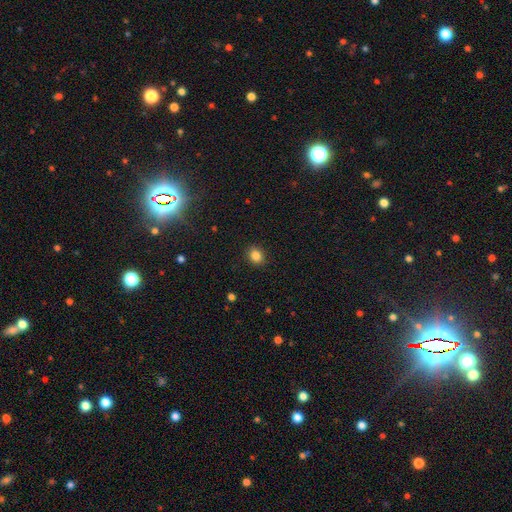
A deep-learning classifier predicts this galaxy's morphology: This is clearly a smooth galaxy (85%). How rounded: likely round (61%). Merging: clearly none (90%).